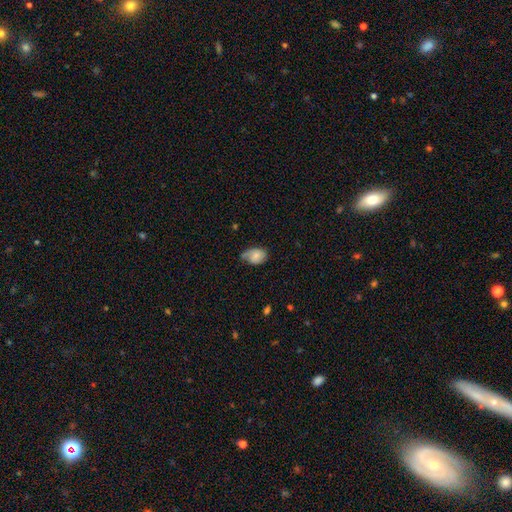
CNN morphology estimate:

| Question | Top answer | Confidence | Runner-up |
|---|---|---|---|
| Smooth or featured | smooth | 70% | featured or disk (22%) |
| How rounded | in between | 79% | round (20%) |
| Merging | minor disturbance | 42% | tied: none (42%) |